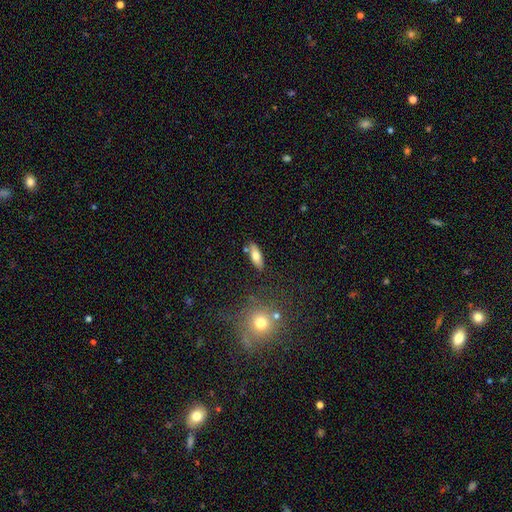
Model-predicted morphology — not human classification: Smooth or featured: smooth — 70% (featured or disk — 22%)
How rounded: in between — 65% (cigar-shaped — 32%)
Merging: none — 80% (minor disturbance — 12%)